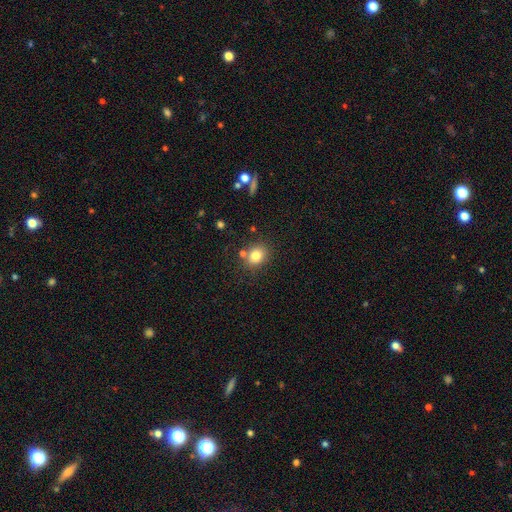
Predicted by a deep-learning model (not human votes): This is likely a smooth galaxy (80%). How rounded: likely round (67%). Merging: likely none (74%).